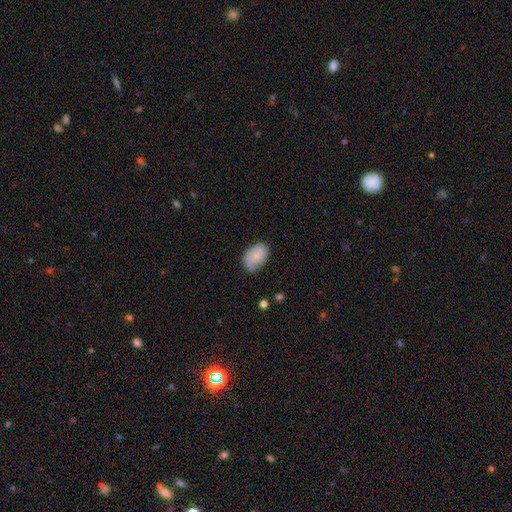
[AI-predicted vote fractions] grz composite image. It shows a smooth galaxy with no disk features (80%) that is in between round and cigar-shaped (90%). Merging: none (61%).